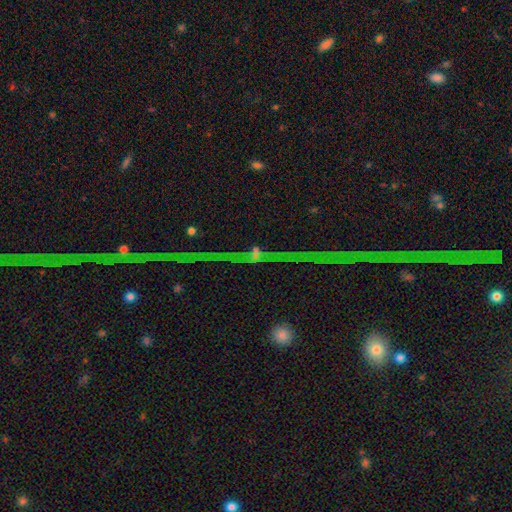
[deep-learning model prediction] The model was most divided on "smooth or featured": star or artifact: 49%, featured or disk: 37%, smooth: 14%.